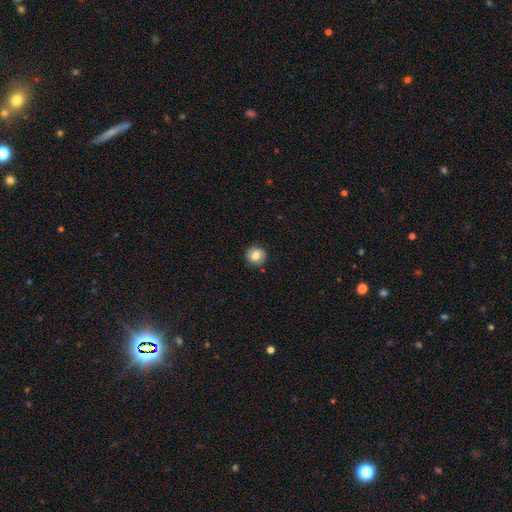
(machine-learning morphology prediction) type=smooth (77%); roundness=round (90%); merging=none (87%).